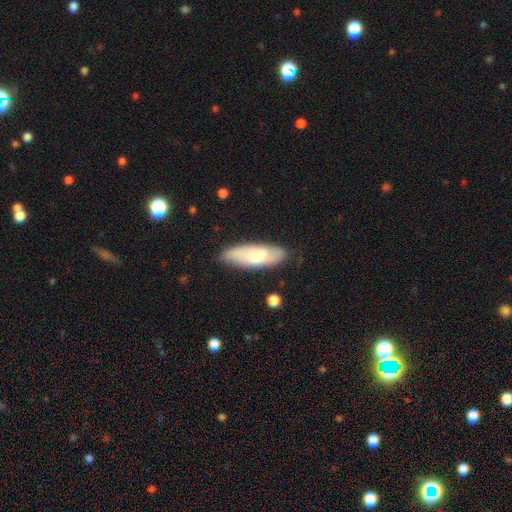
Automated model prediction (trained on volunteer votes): Smooth or featured?
  - smooth: 63% *
  - featured or disk: 31%
  - star or artifact: 6%
How rounded?
  - in between: 64% *
  - cigar-shaped: 34%
  - round: 2%
Merging?
  - none: 78% *
  - minor disturbance: 17%
  - major disturbance: 3%
  - merger: 2%